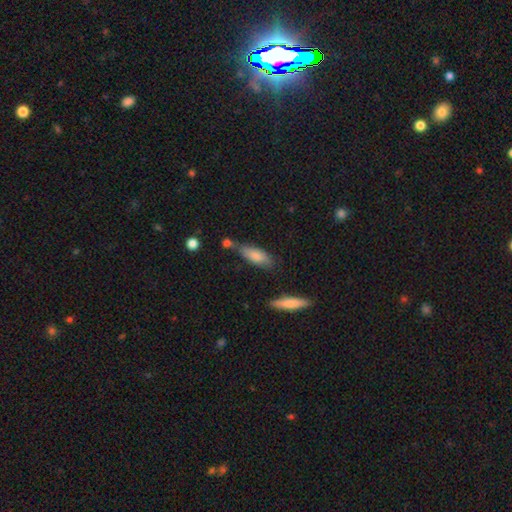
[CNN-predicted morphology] A smooth galaxy with no disk features (78%) that is in between round and cigar-shaped (63%).

Vote fractions:
- Smooth or featured? smooth: 78% / featured or disk: 16% / star or artifact: 6%
- How rounded? in between: 63% / cigar-shaped: 35% / round: 2%
- Merging? none: 55% / minor disturbance: 25% / merger: 13% / major disturbance: 6%